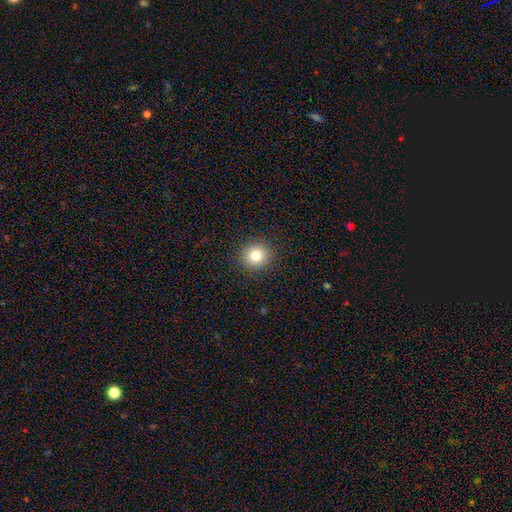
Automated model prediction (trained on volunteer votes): A smooth galaxy with no disk features (80%) that is round (91%). Merging: none (92%).